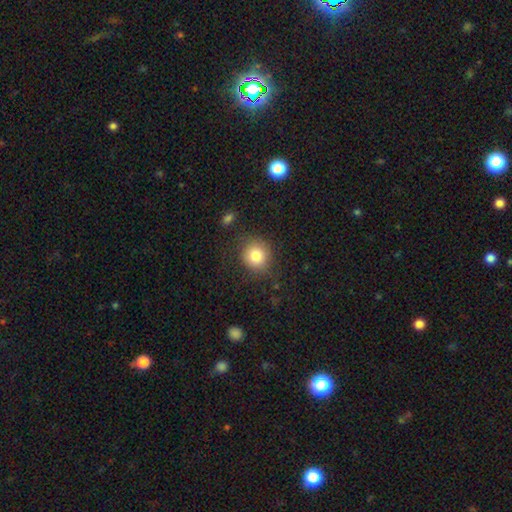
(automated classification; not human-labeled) The model was most divided on "merging": none: 80%, minor disturbance: 12%, major disturbance: 5%, merger: 2%. More confident: how rounded — round (89%); smooth or featured — smooth (81%).